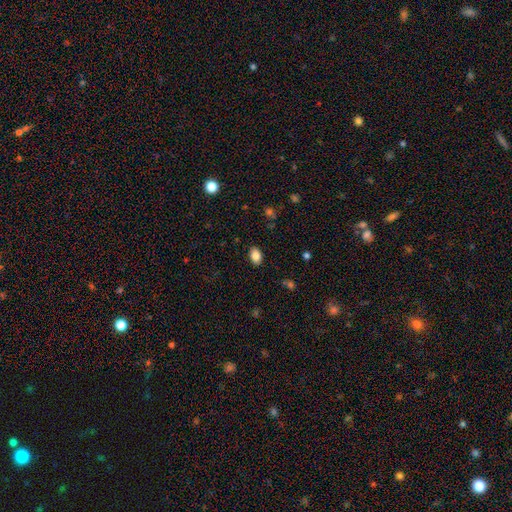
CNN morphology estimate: Smooth or featured? Predicted: smooth (p=0.85). How rounded? Predicted: in between (p=0.84). Merging? Predicted: none (p=0.87).